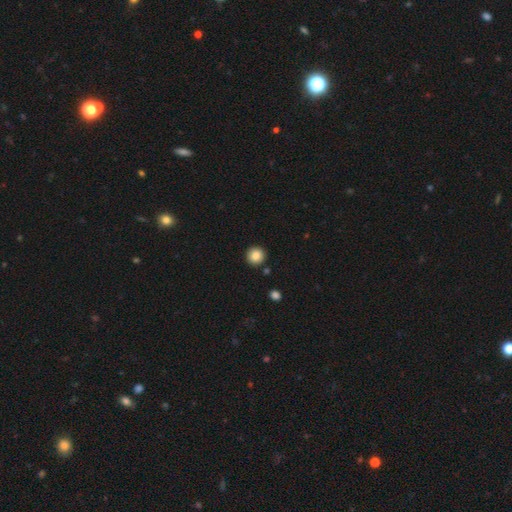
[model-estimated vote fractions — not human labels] Smooth or featured: smooth — 86% (star or artifact — 9%)
How rounded: round — 95% (in between — 4%)
Merging: none — 92% (minor disturbance — 5%)